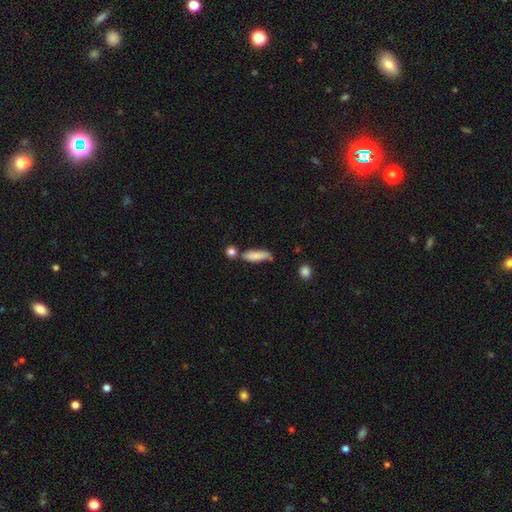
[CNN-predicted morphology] Overall: smooth (83%). How rounded: cigar-shaped (53%; in between 44%). Merging: none (62%).